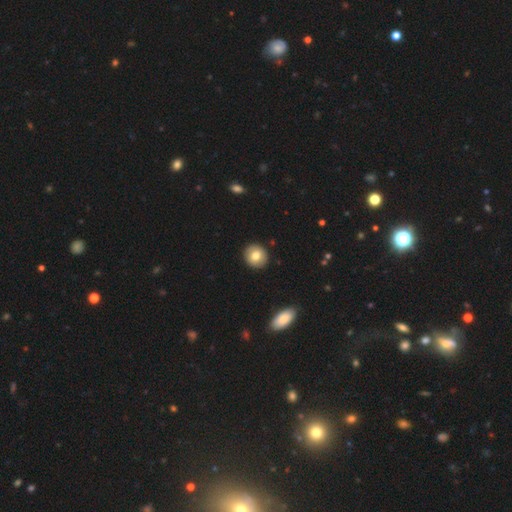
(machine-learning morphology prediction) type=smooth (78%); roundness=round (86%); merging=none (91%).